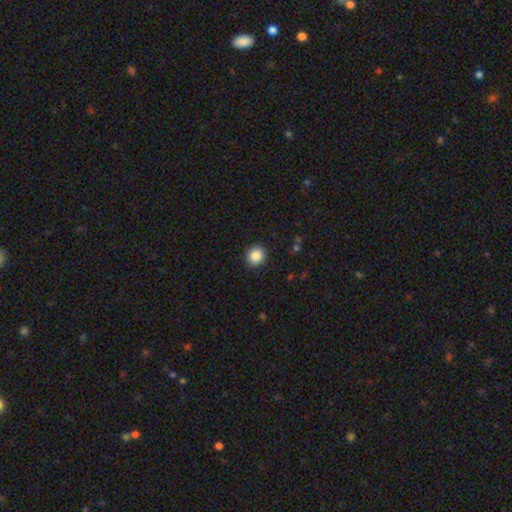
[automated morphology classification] A smooth galaxy with no disk features (87%) that is round (85%).

Vote fractions:
- Smooth or featured? smooth: 87% / star or artifact: 9% / featured or disk: 4%
- How rounded? round: 85% / in between: 14% / cigar-shaped: 1%
- Merging? none: 91% / minor disturbance: 6% / major disturbance: 2% / merger: 1%